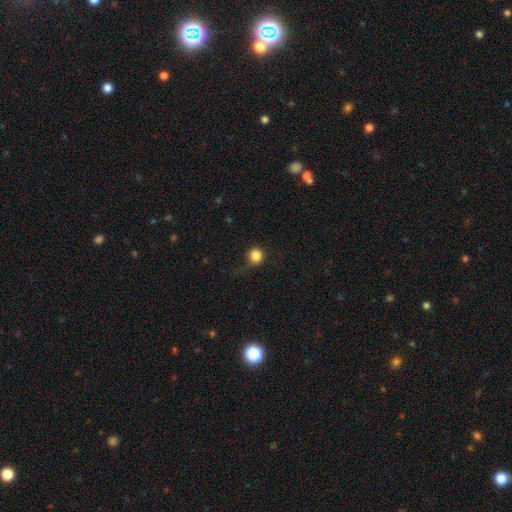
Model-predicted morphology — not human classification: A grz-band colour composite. It shows a smooth galaxy with no disk features (84%) that is round (92%). Merging: none (73%).